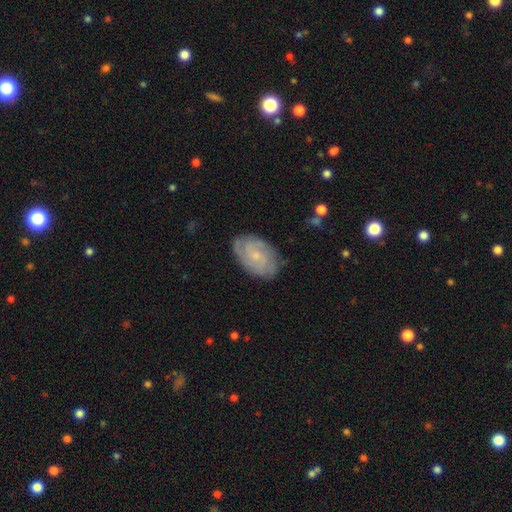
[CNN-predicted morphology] The model was most divided on "spiral arm count": can't tell: 41%, 2: 24%, 3: 17%, 4: 9%, 1: 5%, more than 4: 5%. More confident: edge-on disk — no (96%); spiral arms — yes (90%); merging — none (80%); bulge size — small (71%); bar — no (71%); smooth or featured — featured or disk (67%); spiral winding — tight (61%).